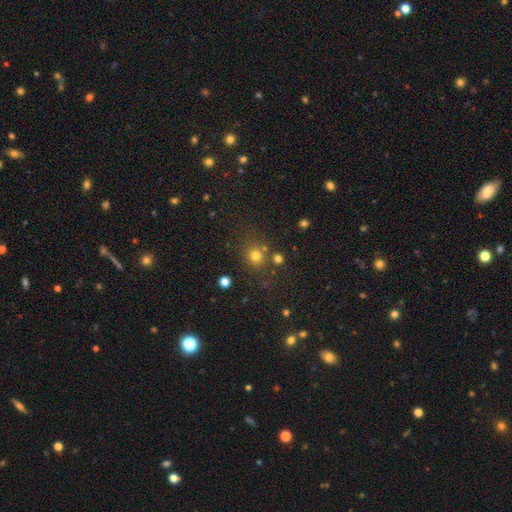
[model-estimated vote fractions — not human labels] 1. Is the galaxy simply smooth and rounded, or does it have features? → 75% smooth, 18% star or artifact, 7% featured or disk.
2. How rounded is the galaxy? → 83% round, 16% in between, 1% cigar-shaped.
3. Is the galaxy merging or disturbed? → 74% none, 11% minor disturbance, 10% merger, 5% major disturbance.